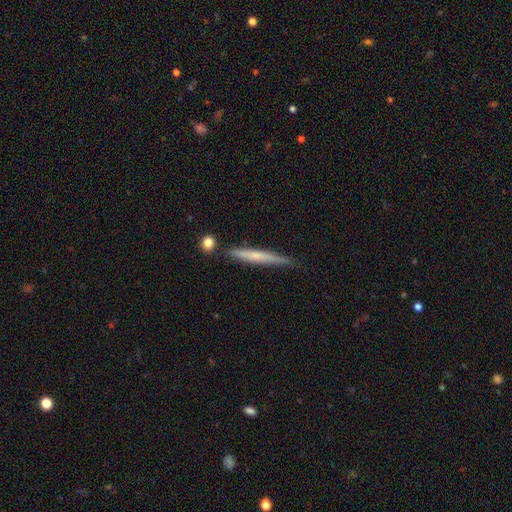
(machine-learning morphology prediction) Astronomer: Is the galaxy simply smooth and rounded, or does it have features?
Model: smooth — 50% (runner-up: featured or disk, 44%).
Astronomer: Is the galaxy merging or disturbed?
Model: none — 76%.